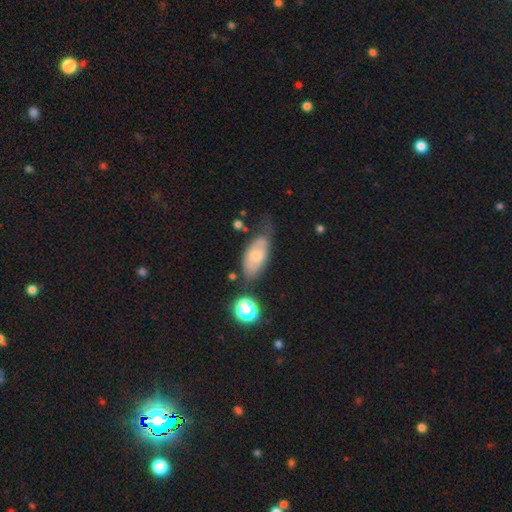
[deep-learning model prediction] Smooth or featured? smooth (52%)
How rounded? in between (89%)
Merging? none (46%)